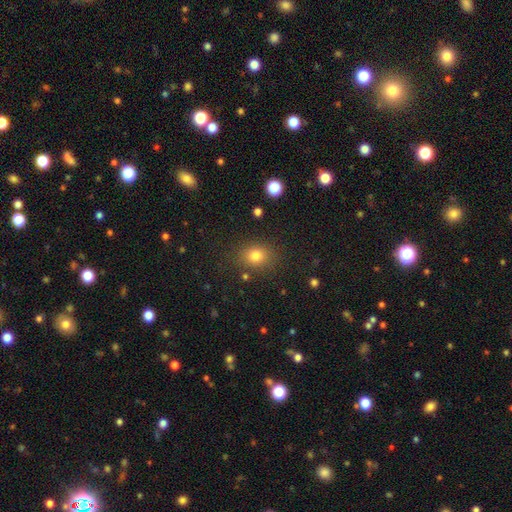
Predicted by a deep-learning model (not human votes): Overall: smooth (79%). How rounded: round (55%; in between 43%). Merging: none (83%).